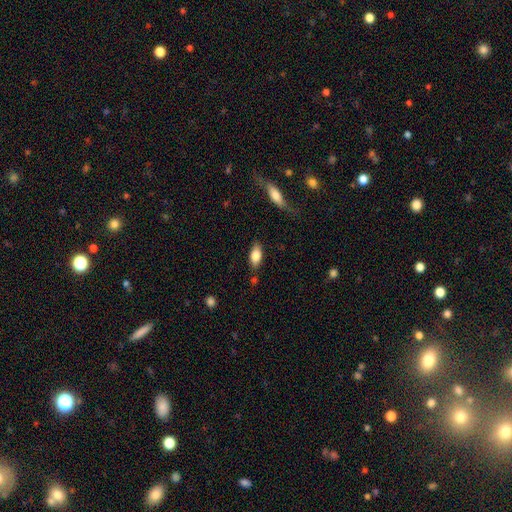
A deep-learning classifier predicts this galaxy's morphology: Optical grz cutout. It shows a smooth galaxy with no disk features (78%) that is in between round and cigar-shaped (87%). Merging: none (79%).